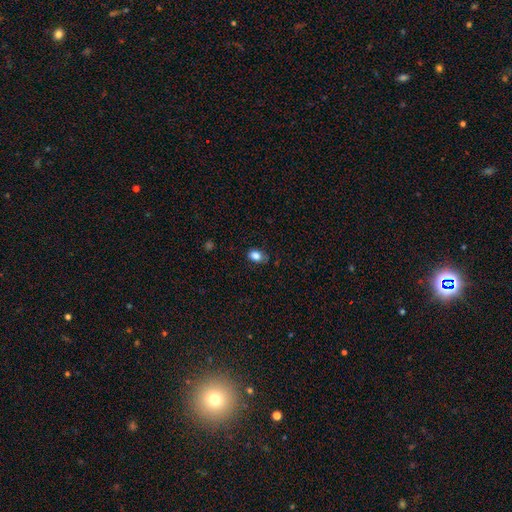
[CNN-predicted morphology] The model was most divided on "merging": none: 69%, minor disturbance: 24%, major disturbance: 6%, merger: 2%. More confident: smooth or featured — smooth (85%); how rounded — in between (78%).